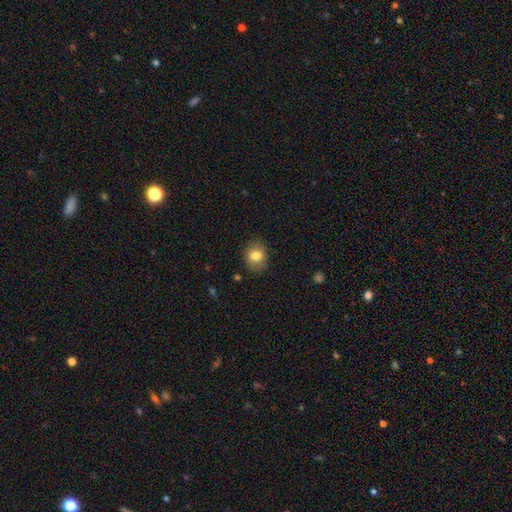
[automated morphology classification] A smooth galaxy with no disk features (81%) that is round (59%). Merging: none (86%).